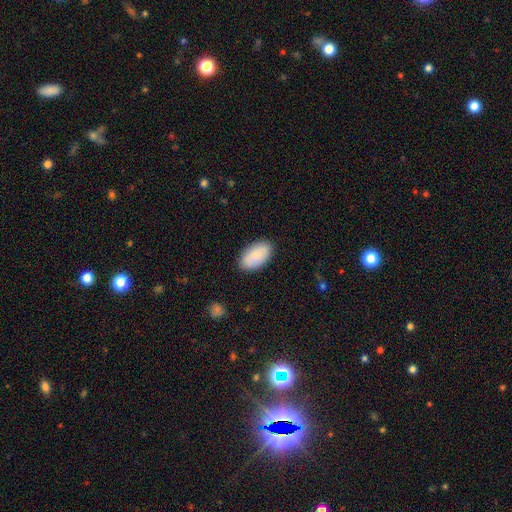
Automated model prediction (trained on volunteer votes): smooth_or_featured: smooth (p=0.86) [alt: featured or disk p=0.08]
how_rounded: in between (p=0.95) [alt: round p=0.03]
merging: none (p=0.87) [alt: minor disturbance p=0.09]